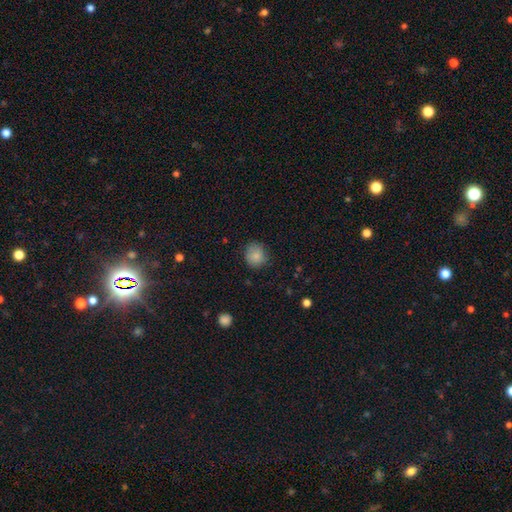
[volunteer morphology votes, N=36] Smooth or featured: smooth — 89% (featured or disk — 8%)
How rounded: round — 69% (in between — 31%)
Merging: none — 74% (minor disturbance — 17%)